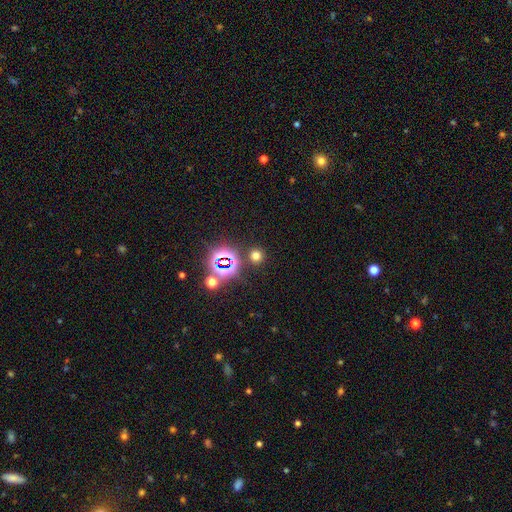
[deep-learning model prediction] Smooth or featured: smooth — 63% (star or artifact — 31%)
How rounded: round — 91% (in between — 7%)
Merging: none — 86% (minor disturbance — 6%)